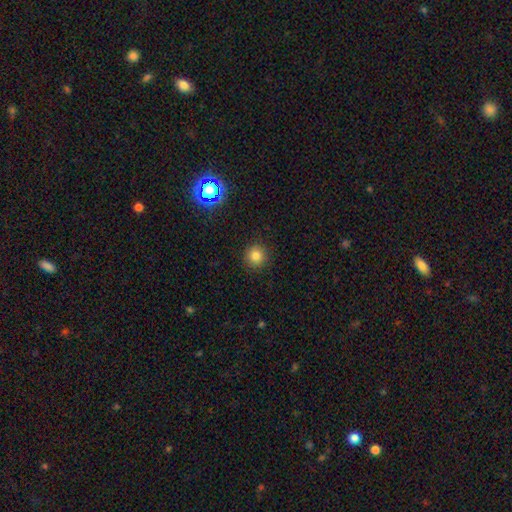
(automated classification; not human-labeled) smooth_or_featured: smooth (p=0.81) [alt: star or artifact p=0.14]
how_rounded: round (p=0.94) [alt: in between p=0.05]
merging: none (p=0.91) [alt: minor disturbance p=0.06]